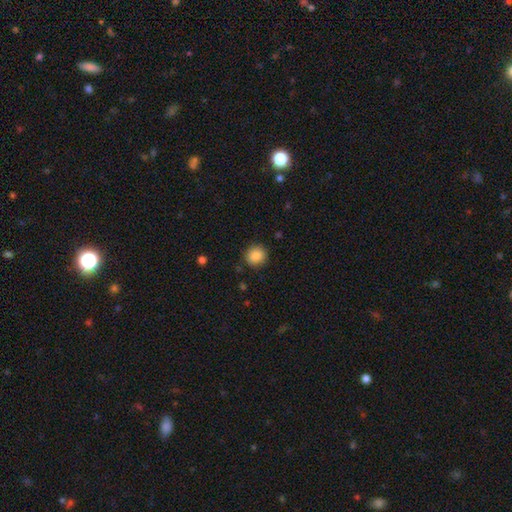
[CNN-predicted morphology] Smooth or featured? Predicted: smooth (p=0.87). How rounded? Predicted: round (p=0.88). Merging? Predicted: none (p=0.88).